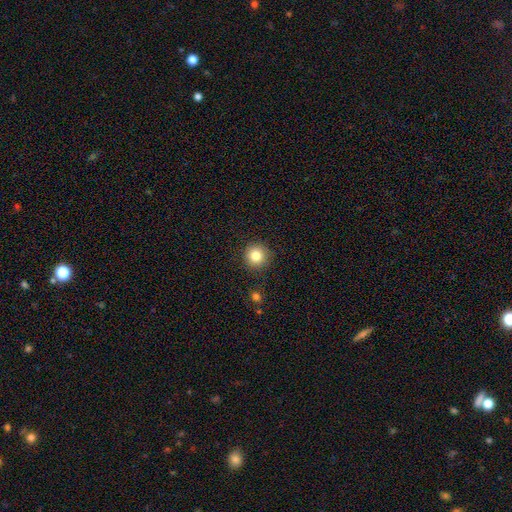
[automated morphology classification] smooth_or_featured: smooth (p=0.83) [alt: star or artifact p=0.10]
how_rounded: round (p=0.95) [alt: in between p=0.04]
merging: none (p=0.90) [alt: minor disturbance p=0.06]